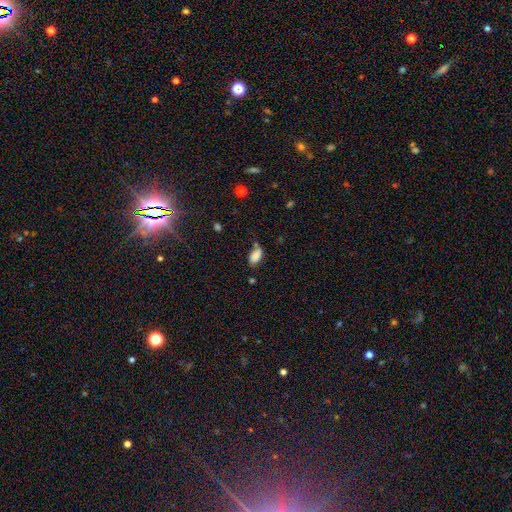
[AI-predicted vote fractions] smooth_or_featured: smooth (p=0.83) [alt: star or artifact p=0.10]
how_rounded: in between (p=0.91) [alt: round p=0.05]
merging: none (p=0.53) [alt: minor disturbance p=0.27]